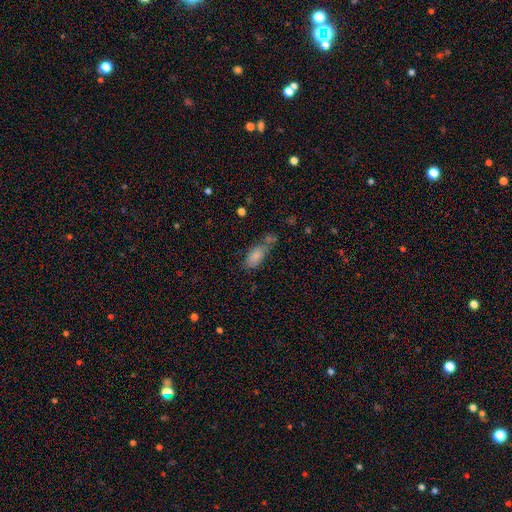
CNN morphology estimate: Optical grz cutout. It shows a smooth galaxy with no disk features (81%) that is in between round and cigar-shaped (89%). Merging: none (47%).